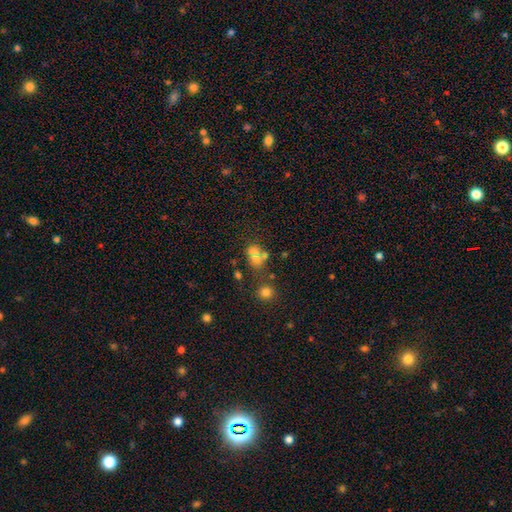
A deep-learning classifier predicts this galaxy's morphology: A smooth galaxy with no disk features (63%) that is in between round and cigar-shaped (66%).

Vote fractions:
- Smooth or featured? smooth: 63% / star or artifact: 20% / featured or disk: 17%
- How rounded? in between: 66% / round: 31% / cigar-shaped: 3%
- Merging? none: 45% / merger: 30% / minor disturbance: 16% / major disturbance: 9%